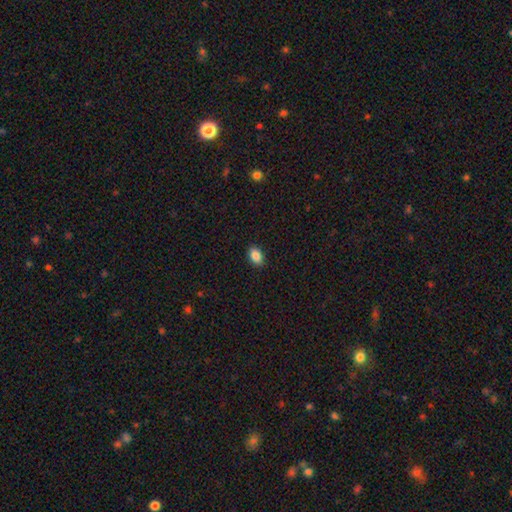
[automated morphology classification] smooth-or-featured: smooth: 87% | star or artifact: 8% | featured or disk: 5%
  how-rounded: in between: 87% | round: 12% | cigar-shaped: 2%
  merging: none: 90% | minor disturbance: 7% | major disturbance: 2% | merger: 1%